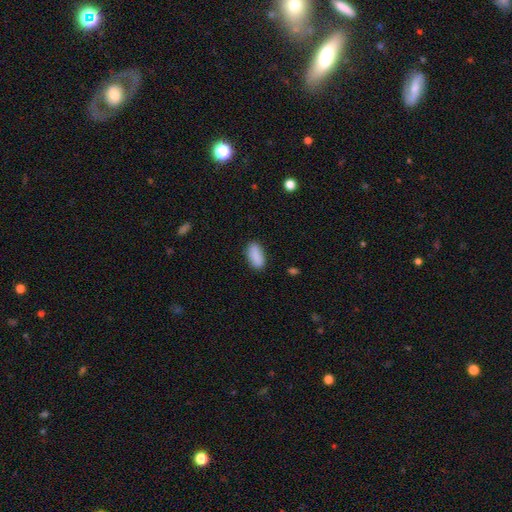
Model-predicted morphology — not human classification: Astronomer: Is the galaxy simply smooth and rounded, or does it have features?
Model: smooth — 88%.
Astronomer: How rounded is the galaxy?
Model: in between — 88%.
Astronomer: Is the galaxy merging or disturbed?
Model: none — 85%.